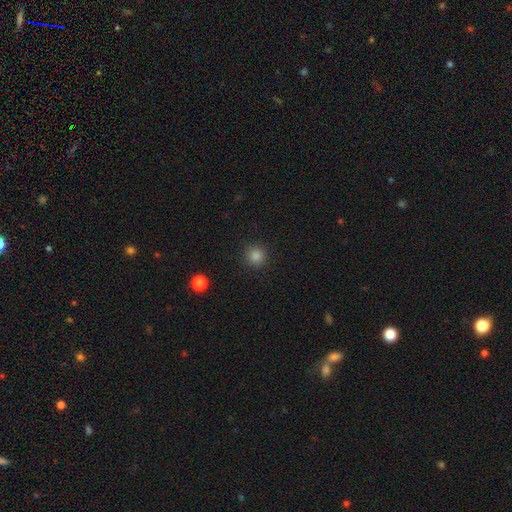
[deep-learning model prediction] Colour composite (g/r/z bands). It shows a smooth galaxy with no disk features (84%) that is round (95%). Merging: none (92%).